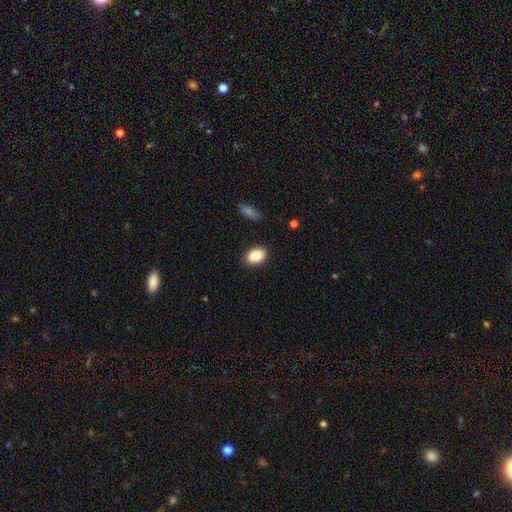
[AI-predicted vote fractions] smooth_or_featured: smooth (p=0.89) [alt: star or artifact p=0.07]
how_rounded: in between (p=0.82) [alt: round p=0.16]
merging: none (p=0.85) [alt: minor disturbance p=0.10]